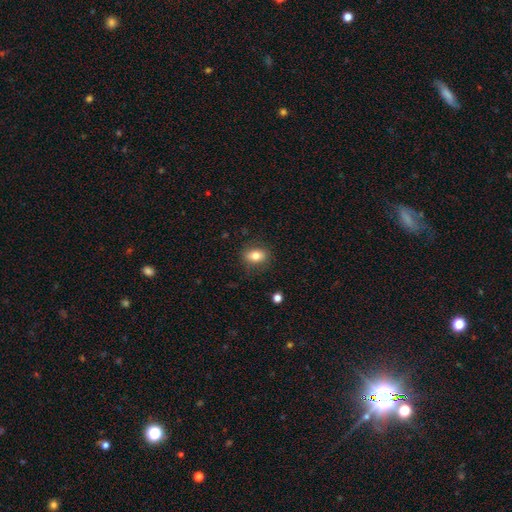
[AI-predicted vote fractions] Smooth or featured? smooth (78%)
How rounded? in between (72%)
Merging? none (82%)